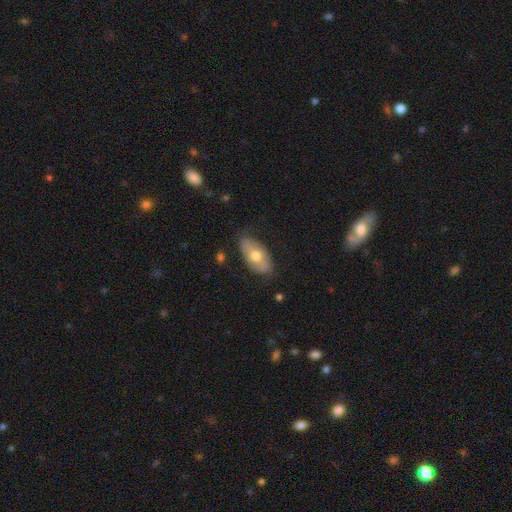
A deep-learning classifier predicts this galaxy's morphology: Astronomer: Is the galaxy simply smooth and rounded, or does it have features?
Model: smooth — 59% (runner-up: featured or disk, 35%).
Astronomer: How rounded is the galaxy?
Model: in between — 93%.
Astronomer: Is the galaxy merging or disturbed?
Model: none — 70%.